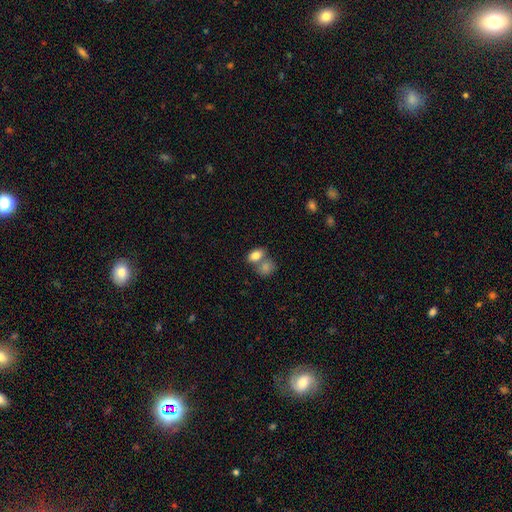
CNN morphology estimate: This is clearly a smooth galaxy (82%). How rounded: clearly in between (82%). Merging: possibly merger (46%).